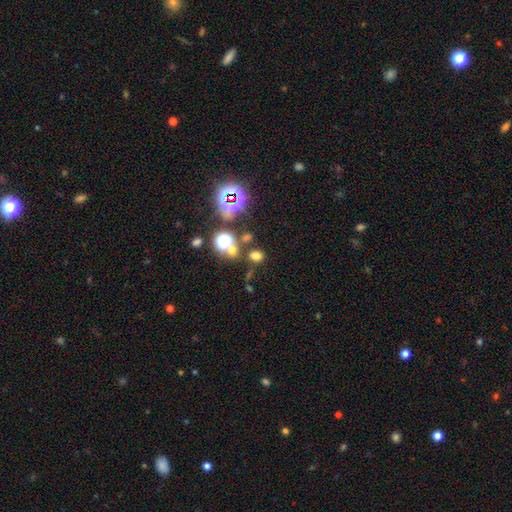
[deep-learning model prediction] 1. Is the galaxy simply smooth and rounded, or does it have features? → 62% smooth, 30% star or artifact, 7% featured or disk.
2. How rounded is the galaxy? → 57% round, 42% in between, 2% cigar-shaped.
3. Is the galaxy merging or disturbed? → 73% none, 13% merger, 10% minor disturbance, 5% major disturbance.